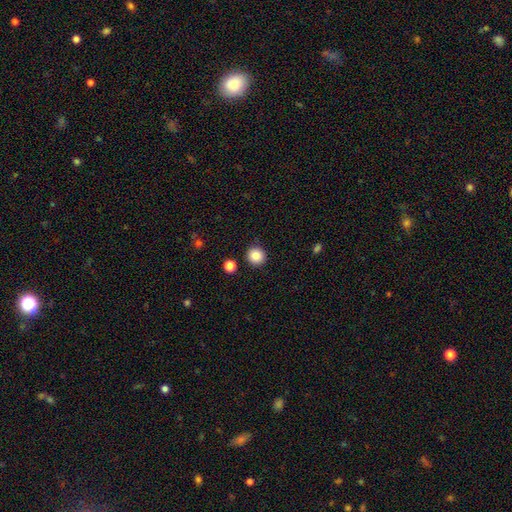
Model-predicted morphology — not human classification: type=smooth (87%); roundness=round (93%); merging=none (90%).